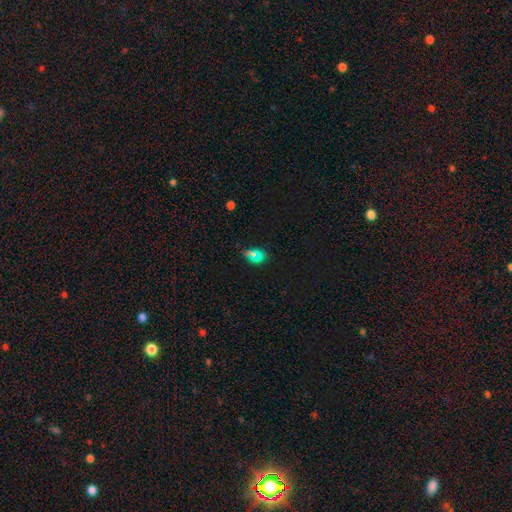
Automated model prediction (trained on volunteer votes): Smooth or featured: smooth — 60% (star or artifact — 29%)
How rounded: in between — 54% (round — 43%)
Merging: none — 74% (minor disturbance — 15%)